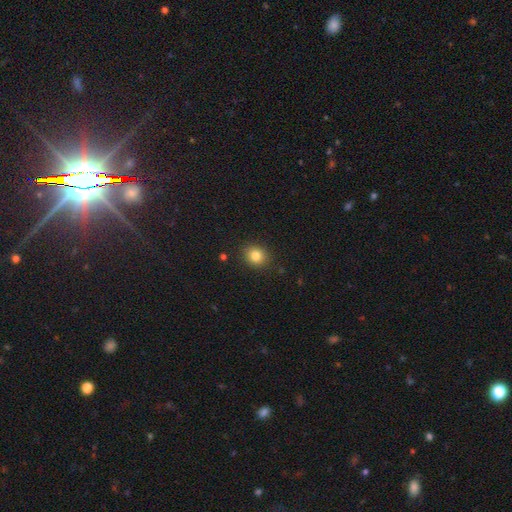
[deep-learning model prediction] Morphology: type=smooth (82%); roundness=round (71%); merging=none (88%).